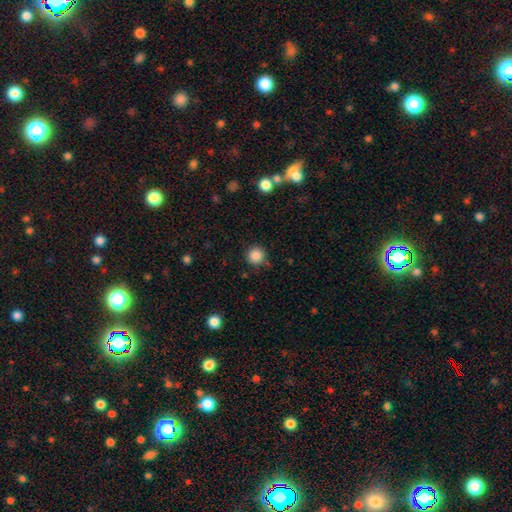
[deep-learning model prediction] smooth 86%, star or artifact 11%, featured or disk 4%. Down the decision tree: how rounded — round (95%); merging — none (87%).